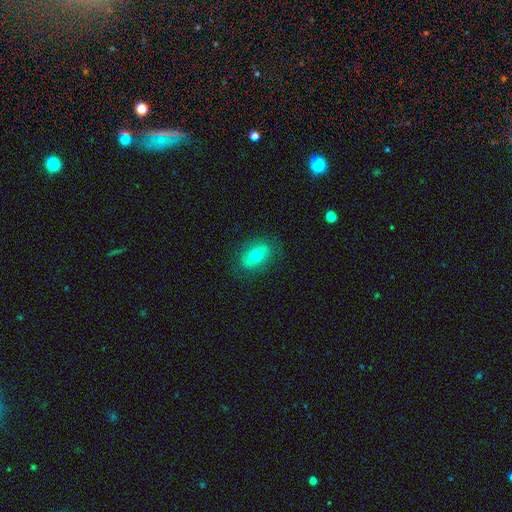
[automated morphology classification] Overall: smooth (57%; featured or disk 34%). How rounded: in between (79%). Merging: none (81%).